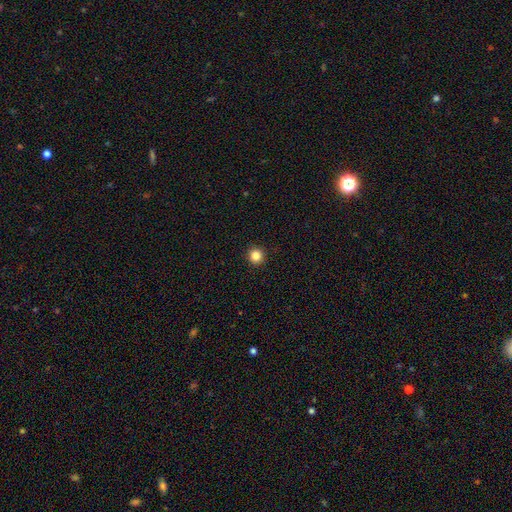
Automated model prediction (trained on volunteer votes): Smooth or featured: smooth — 85% (star or artifact — 11%)
How rounded: round — 96% (in between — 3%)
Merging: none — 94% (minor disturbance — 4%)